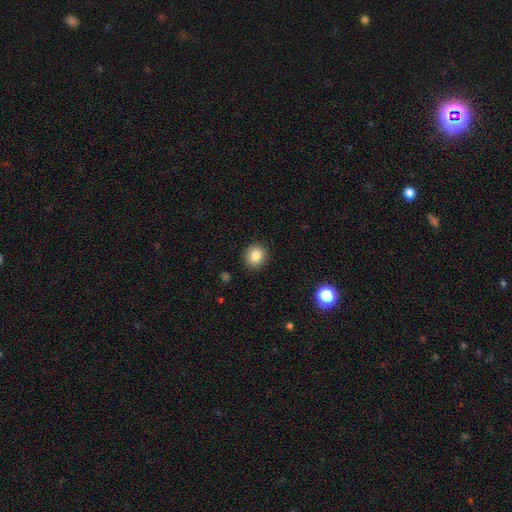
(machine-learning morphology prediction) type=smooth (84%); roundness=round (86%); merging=none (91%).